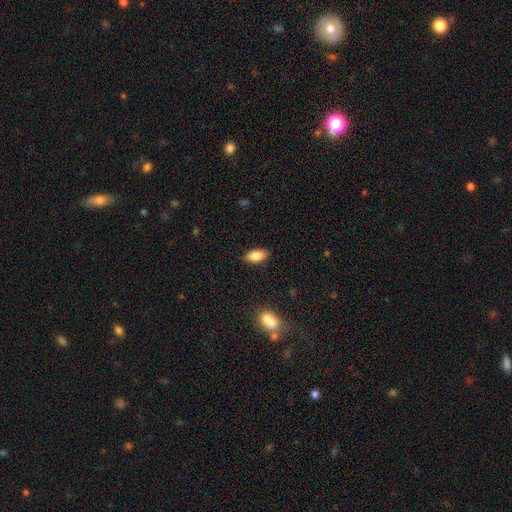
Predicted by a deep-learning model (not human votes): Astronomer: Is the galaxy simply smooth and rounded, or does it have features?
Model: smooth — 84%.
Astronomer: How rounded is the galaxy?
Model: in between — 88%.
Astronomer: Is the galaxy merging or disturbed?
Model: none — 87%.